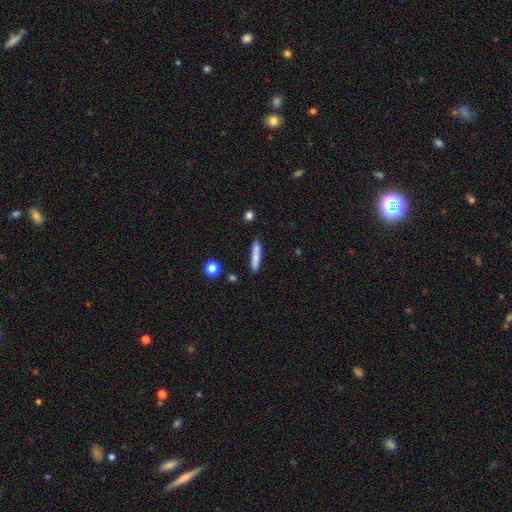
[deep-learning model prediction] The model was most divided on "smooth or featured": smooth: 78%, featured or disk: 15%, star or artifact: 7%. More confident: how rounded — cigar-shaped (87%); merging — none (78%).